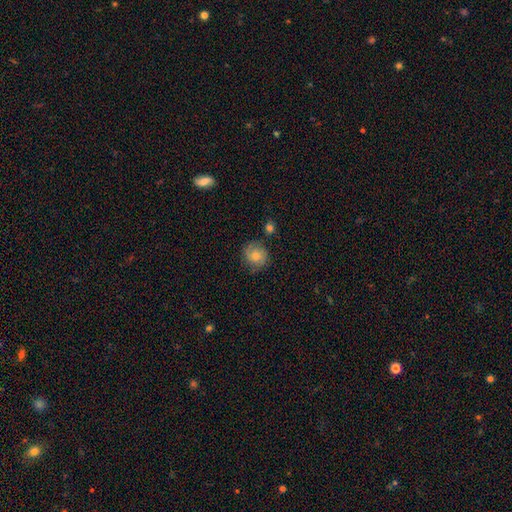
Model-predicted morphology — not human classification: A smooth galaxy with no disk features (70%) that is round (86%). Merging: none (74%).